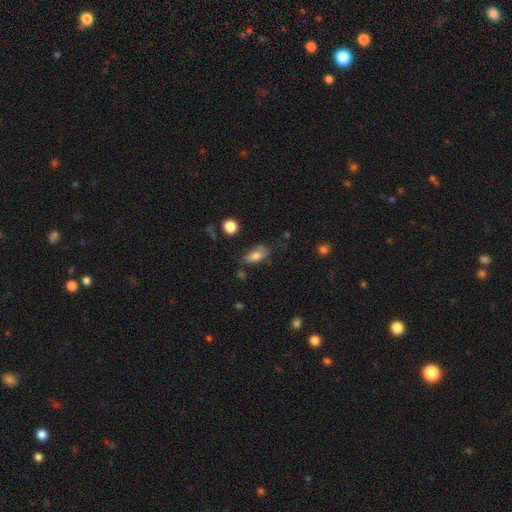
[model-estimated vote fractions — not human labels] Smooth or featured? Predicted: smooth (p=0.73). How rounded? Predicted: in between (p=0.87). Merging? Predicted: none (p=0.55).